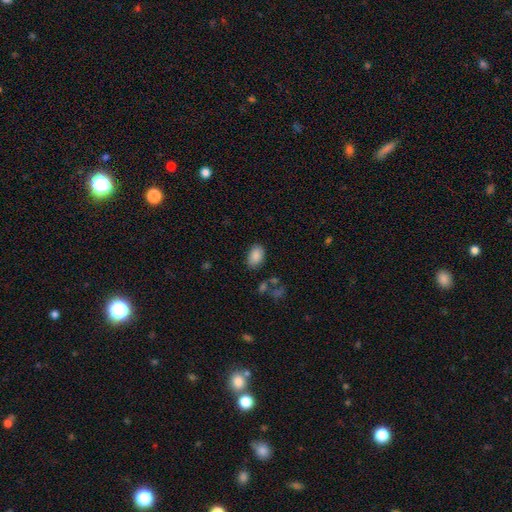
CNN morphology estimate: Smooth or featured? smooth (87%)
How rounded? in between (89%)
Merging? none (79%)